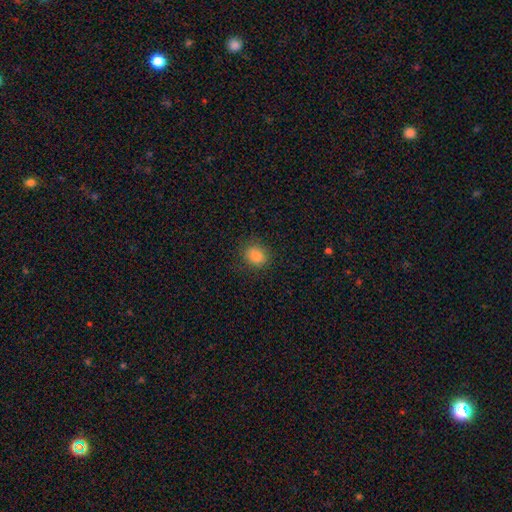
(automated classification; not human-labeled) smooth-or-featured: smooth: 84% | star or artifact: 11% | featured or disk: 4%
  how-rounded: round: 61% | in between: 38% | cigar-shaped: 1%
  merging: none: 85% | minor disturbance: 11% | major disturbance: 3% | merger: 1%